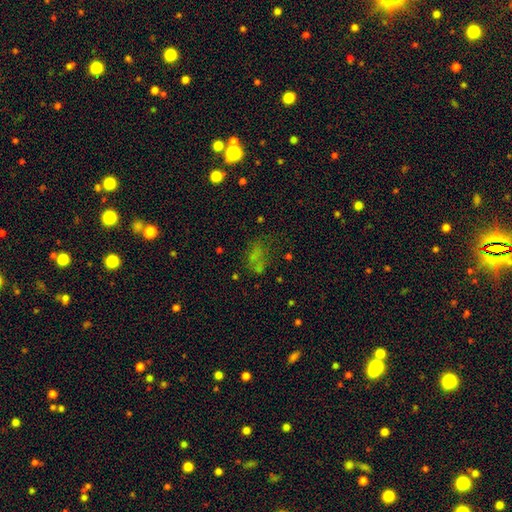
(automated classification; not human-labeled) Morphology: type=smooth (52%); roundness=in between (79%); merging=none (44%).